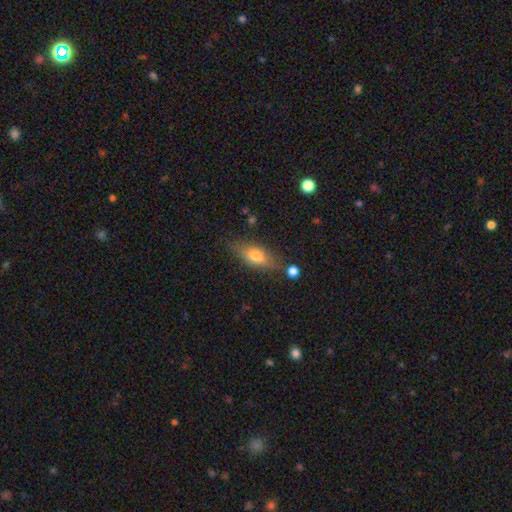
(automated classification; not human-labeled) Q: Smooth or featured?
A: smooth (65%); runner-up: featured or disk (27%)
Q: How rounded?
A: in between (71%); runner-up: cigar-shaped (23%)
Q: Merging?
A: none (71%); runner-up: minor disturbance (18%)